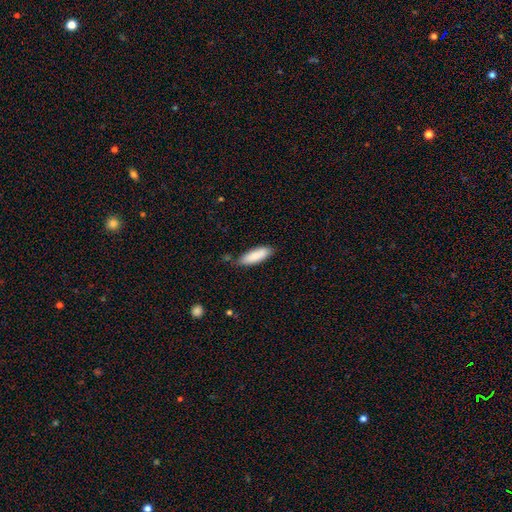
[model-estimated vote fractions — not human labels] smooth_or_featured: smooth (p=0.87) [alt: featured or disk p=0.07]
how_rounded: in between (p=0.52) [alt: cigar-shaped p=0.46]
merging: none (p=0.78) [alt: minor disturbance p=0.17]